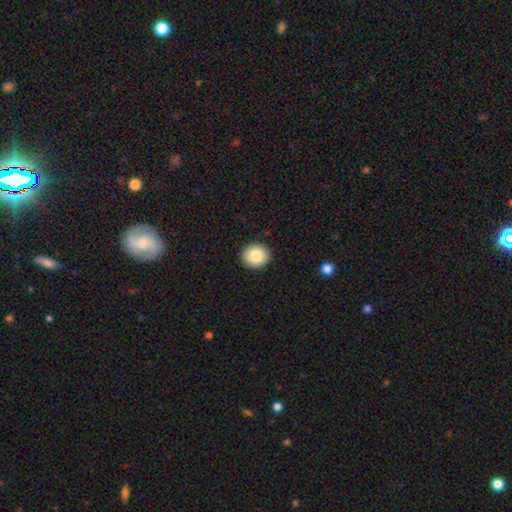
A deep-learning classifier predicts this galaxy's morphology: Q: Smooth or featured?
A: smooth (85%); runner-up: star or artifact (8%)
Q: How rounded?
A: round (85%); runner-up: in between (14%)
Q: Merging?
A: none (92%); runner-up: minor disturbance (6%)